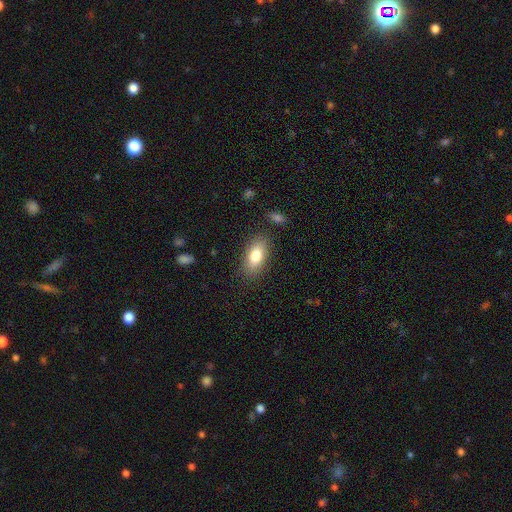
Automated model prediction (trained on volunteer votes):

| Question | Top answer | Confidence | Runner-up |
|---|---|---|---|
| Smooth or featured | smooth | 79% | featured or disk (13%) |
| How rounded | in between | 87% | cigar-shaped (8%) |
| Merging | none | 84% | minor disturbance (11%) |